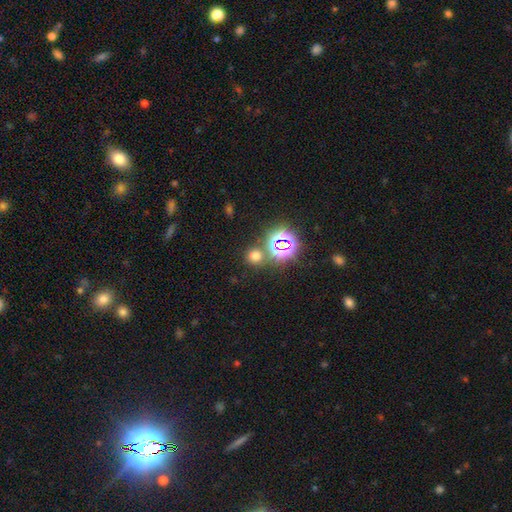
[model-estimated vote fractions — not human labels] Morphology: type=smooth (61%); roundness=round (88%); merging=none (77%).